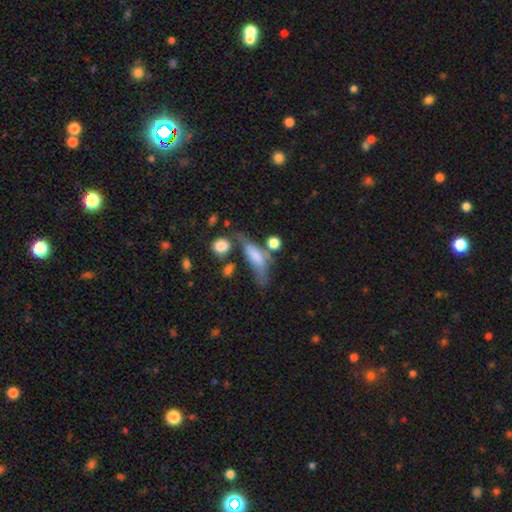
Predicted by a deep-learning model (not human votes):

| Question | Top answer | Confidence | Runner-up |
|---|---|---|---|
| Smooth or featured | smooth | 58% | featured or disk (33%) |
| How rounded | in between | 51% | cigar-shaped (44%) |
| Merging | none | 39% | minor disturbance (26%) |